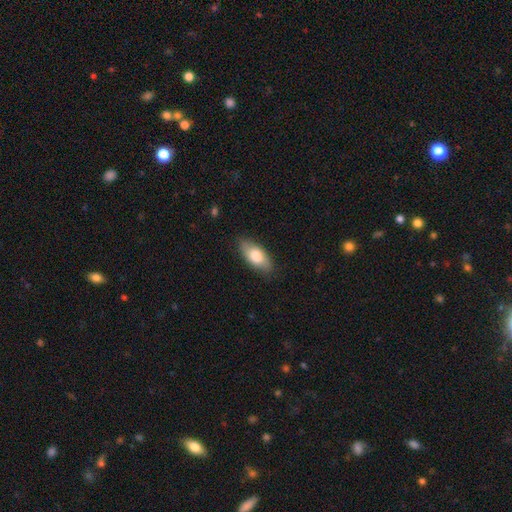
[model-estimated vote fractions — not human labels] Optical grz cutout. It shows a smooth galaxy with no disk features (76%) that is in between round and cigar-shaped (83%). Merging: none (83%).